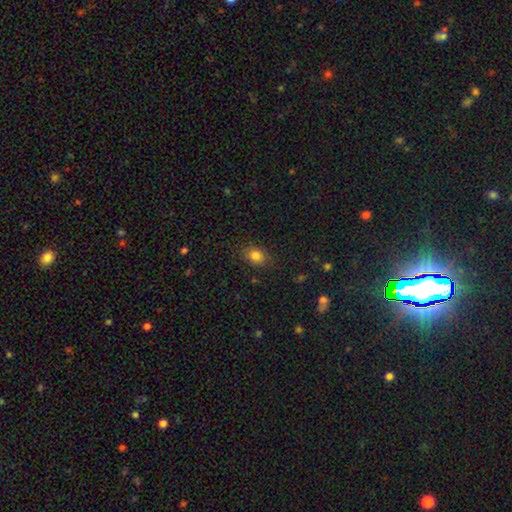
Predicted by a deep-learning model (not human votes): Overall: smooth (82%). How rounded: in between (62%; round 36%). Merging: none (83%).